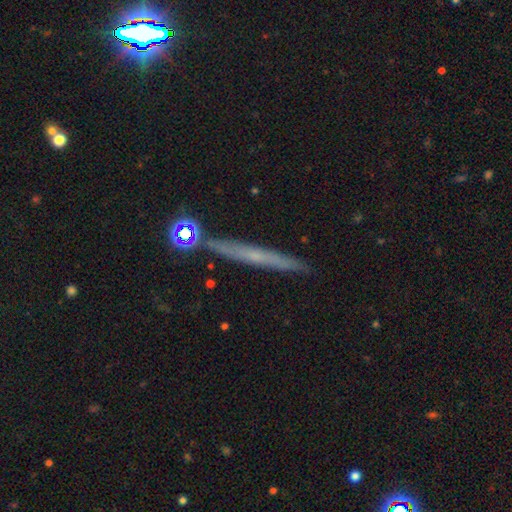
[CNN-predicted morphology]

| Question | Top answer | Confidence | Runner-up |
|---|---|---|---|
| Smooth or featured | featured or disk | 55% | smooth (34%) |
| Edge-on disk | yes | 94% | no (6%) |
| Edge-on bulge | none | 71% | rounded (24%) |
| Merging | none | 85% | minor disturbance (9%) |